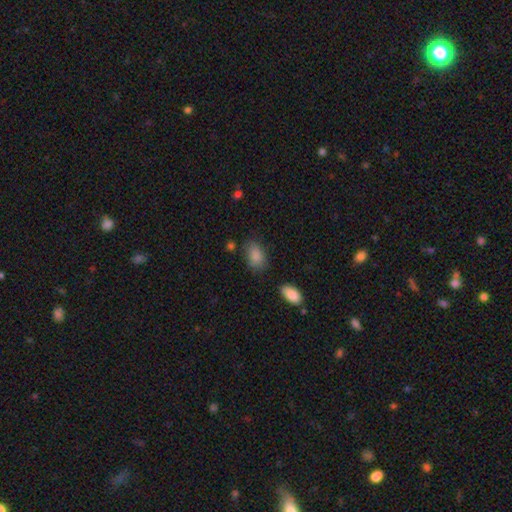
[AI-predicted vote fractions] This appears to be a smooth galaxy with no disk features (87%) that is in between round and cigar-shaped (87%). Merging: none (70%).